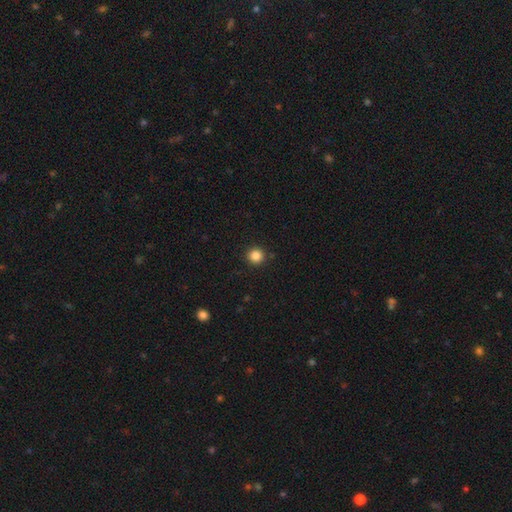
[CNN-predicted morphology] type=smooth (85%); roundness=round (95%); merging=none (92%).